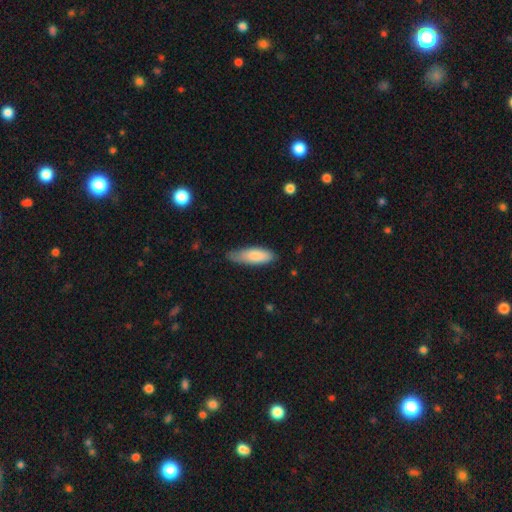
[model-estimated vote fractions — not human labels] Overall: smooth (82%). How rounded: in between (60%; cigar-shaped 38%). Merging: none (59%; minor disturbance 33%).